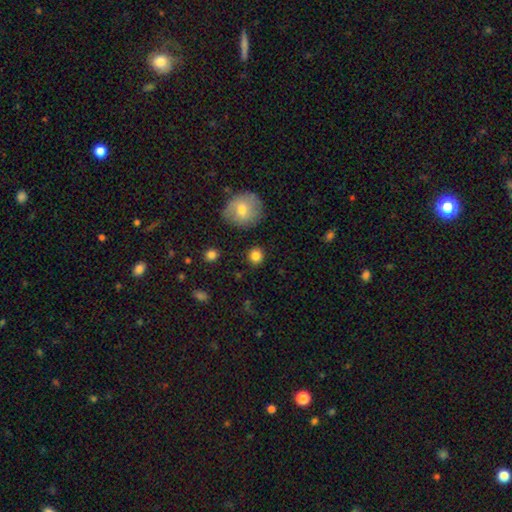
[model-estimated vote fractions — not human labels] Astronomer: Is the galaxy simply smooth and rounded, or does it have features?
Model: smooth — 84%.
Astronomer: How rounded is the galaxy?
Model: round — 90%.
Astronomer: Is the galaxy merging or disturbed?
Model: none — 88%.